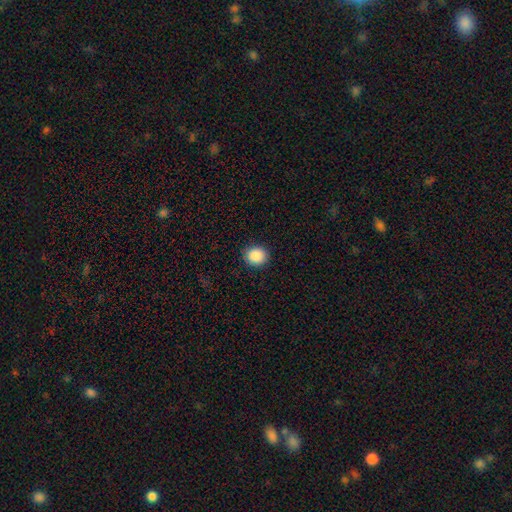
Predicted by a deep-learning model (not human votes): The model was most divided on "how rounded": round: 78%, in between: 21%, cigar-shaped: 1%. More confident: merging — none (90%); smooth or featured — smooth (89%).